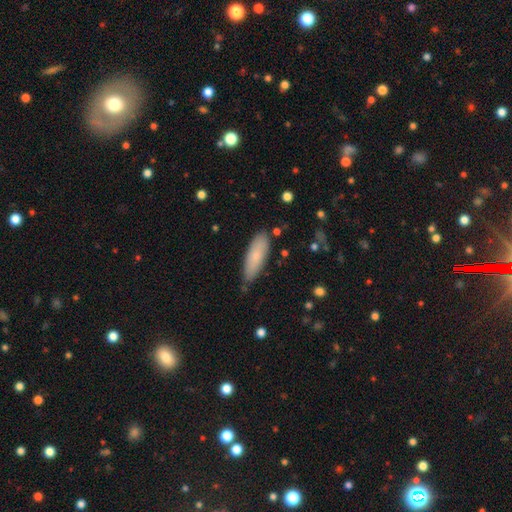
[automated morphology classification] type=smooth (80%); roundness=in between (56%); merging=none (77%).